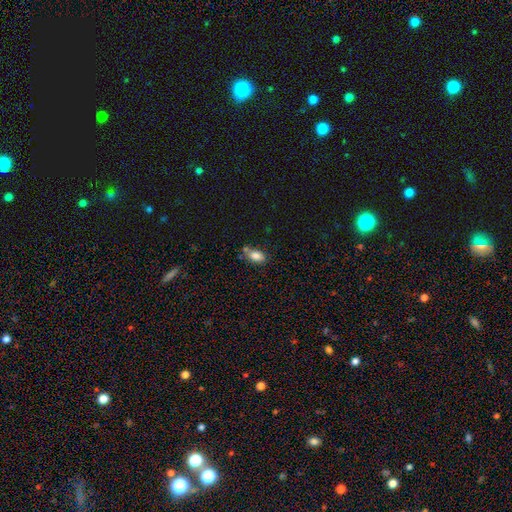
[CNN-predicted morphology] Overall: smooth (83%). How rounded: in between (86%). Merging: none (59%).